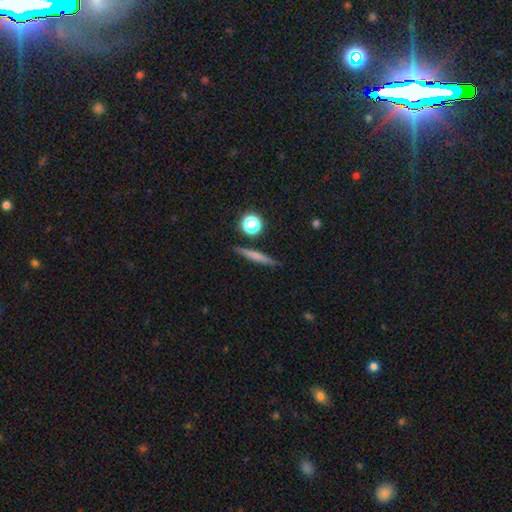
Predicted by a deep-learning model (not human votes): Smooth or featured? smooth (59%)
How rounded? cigar-shaped (87%)
Merging? none (87%)